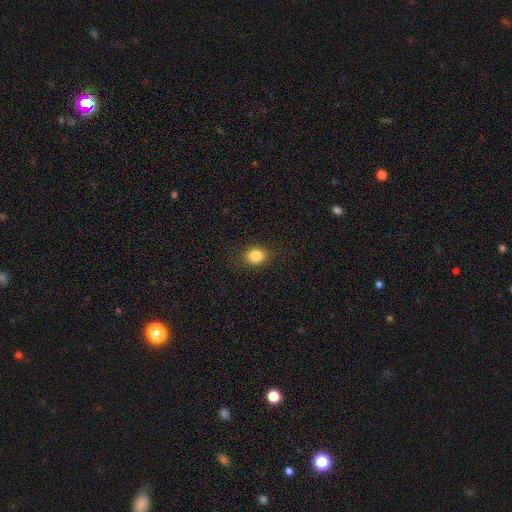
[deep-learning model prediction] smooth-or-featured: smooth: 84% | star or artifact: 10% | featured or disk: 5%
  how-rounded: in between: 49% (tied) | round: 49% (tied) | cigar-shaped: 1%
  merging: none: 87% | minor disturbance: 9% | major disturbance: 3% | merger: 1%